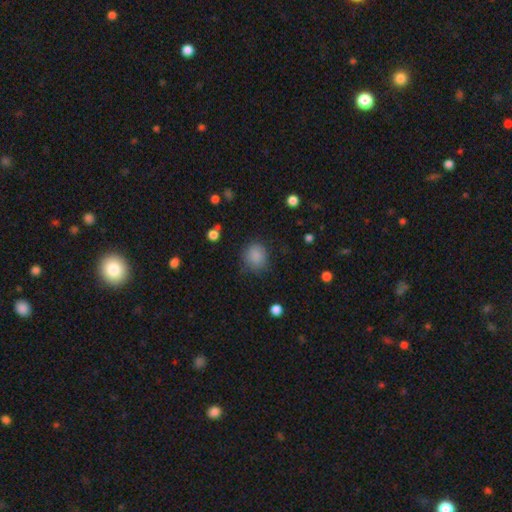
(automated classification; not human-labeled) The model was most divided on "how rounded": round: 76%, in between: 23%, cigar-shaped: 1%. More confident: smooth or featured — smooth (86%); merging — none (79%).